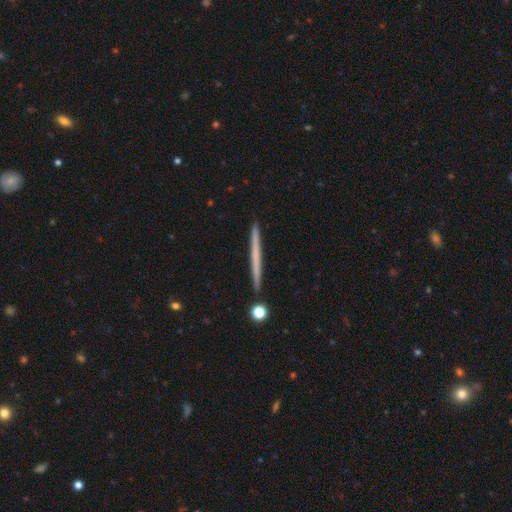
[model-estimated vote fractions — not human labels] This is possibly a featured or disk galaxy (47%, tied with smooth). Merging: clearly none (91%).